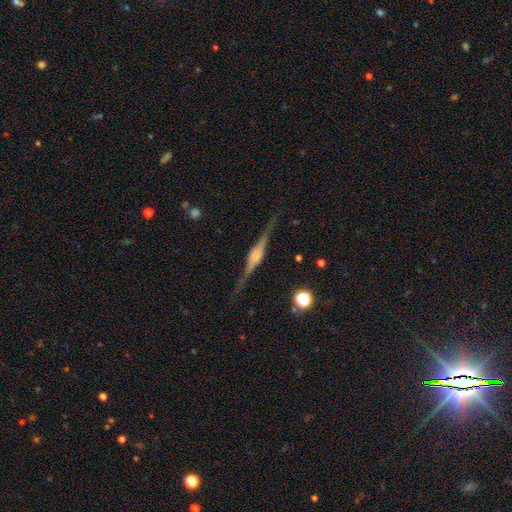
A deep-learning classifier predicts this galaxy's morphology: smooth-or-featured: featured or disk: 83% | smooth: 11% | star or artifact: 7%
  disk-edge-on: yes: 98% | no: 2%
    edge-on-bulge: rounded: 69% | boxy: 28% | none: 4%
  merging: none: 85% | minor disturbance: 11% | major disturbance: 3% | merger: 1%